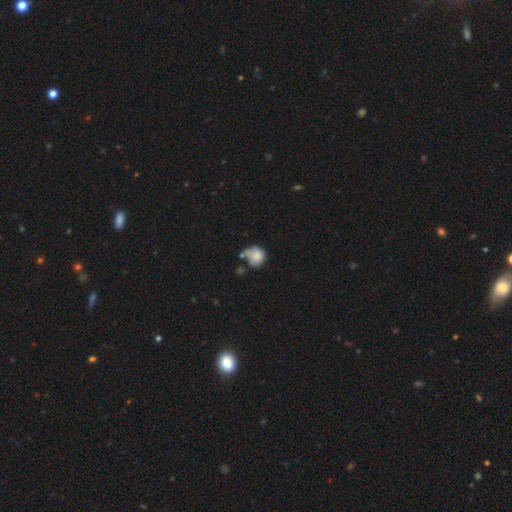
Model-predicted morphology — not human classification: type=smooth (75%); roundness=round (76%); merging=none (36%).